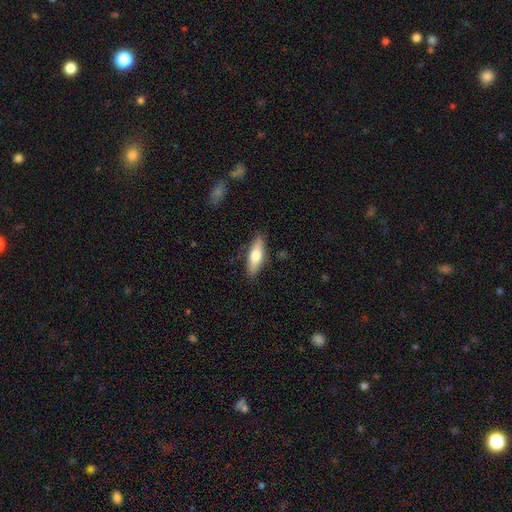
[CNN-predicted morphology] The model was most divided on "how rounded": in between: 53%, cigar-shaped: 45%, round: 3%. More confident: merging — none (85%); smooth or featured — smooth (63%).